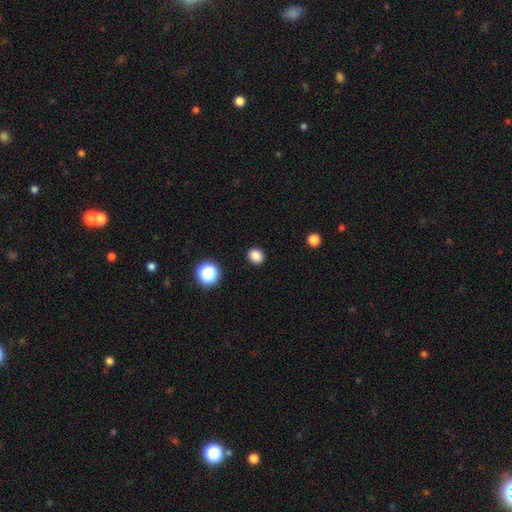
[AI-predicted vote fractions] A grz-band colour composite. It shows a smooth galaxy with no disk features (84%) that is round (66%). Merging: none (90%).